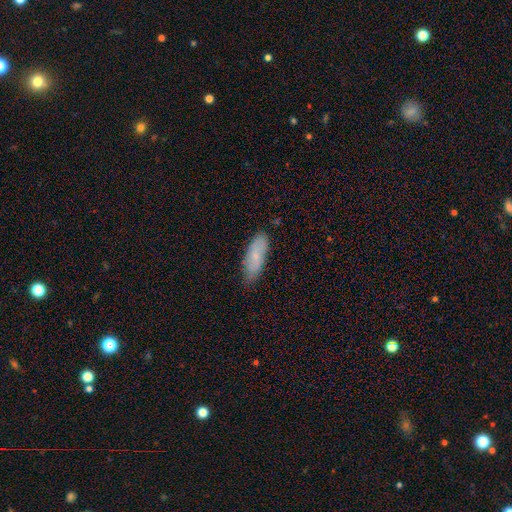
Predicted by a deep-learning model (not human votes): Smooth or featured? Predicted: smooth (p=0.70). How rounded? Predicted: in between (p=0.67). Merging? Predicted: none (p=0.76).